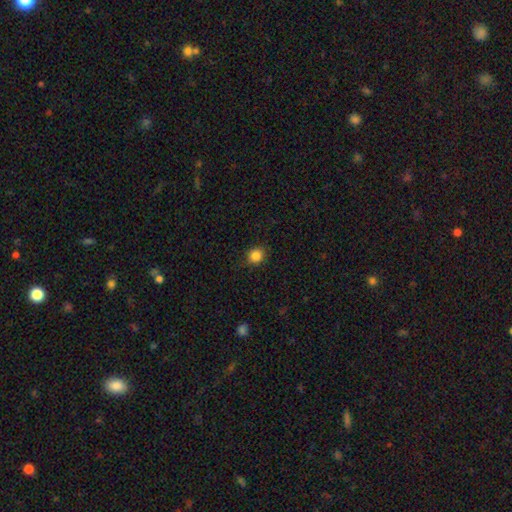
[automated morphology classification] This is clearly a smooth galaxy (85%). How rounded: clearly round (84%). Merging: clearly none (87%).